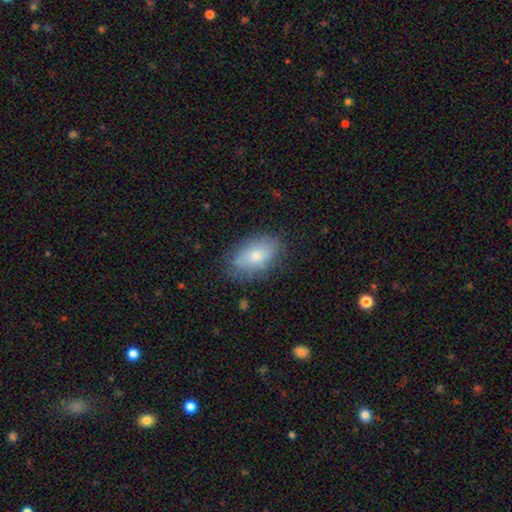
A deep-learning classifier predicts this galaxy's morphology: Smooth or featured: smooth — 71% (featured or disk — 22%)
How rounded: in between — 91% (round — 6%)
Merging: none — 72% (minor disturbance — 21%)